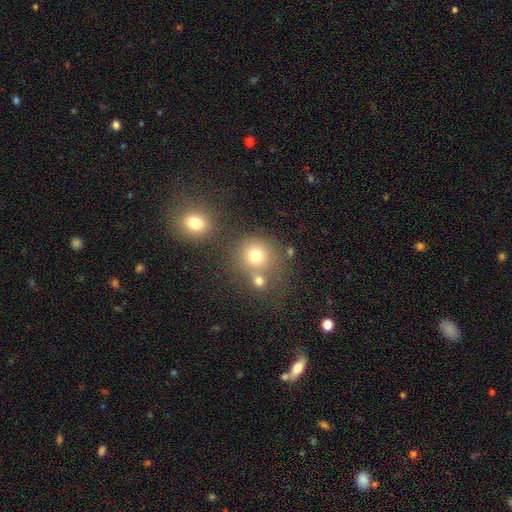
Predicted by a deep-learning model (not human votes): This appears to be a smooth galaxy with no disk features (73%) that is round (85%). Merging: none (58%).